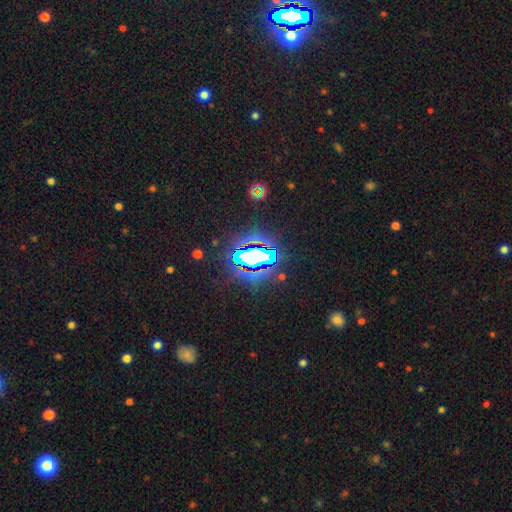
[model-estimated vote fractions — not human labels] This is likely a star or artifact rather than a galaxy (69%).